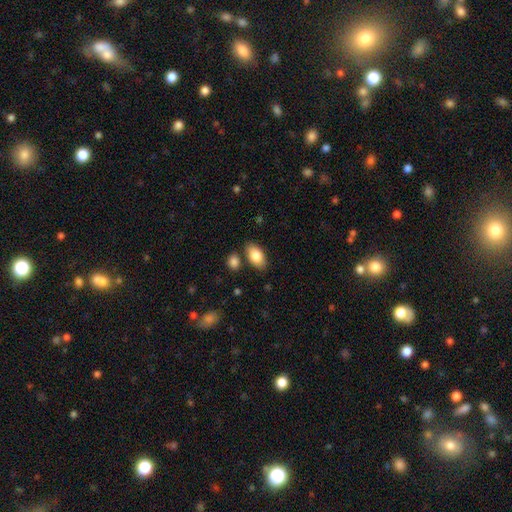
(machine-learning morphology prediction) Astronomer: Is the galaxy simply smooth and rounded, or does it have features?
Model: smooth — 84%.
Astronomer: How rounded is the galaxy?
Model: in between — 93%.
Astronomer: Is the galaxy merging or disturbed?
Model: none — 80%.